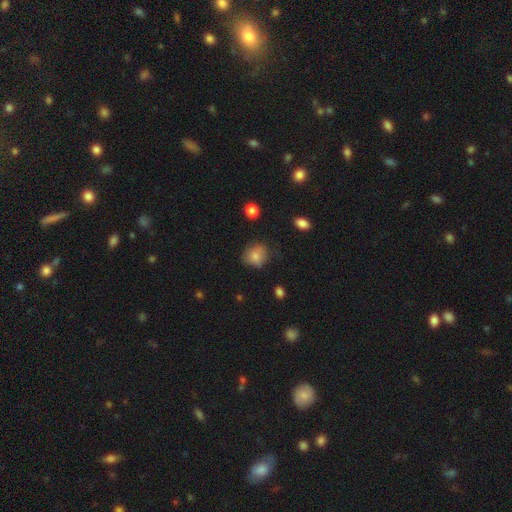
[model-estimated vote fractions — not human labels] Smooth or featured: smooth — 79% (featured or disk — 11%)
How rounded: round — 65% (in between — 34%)
Merging: none — 64% (minor disturbance — 26%)